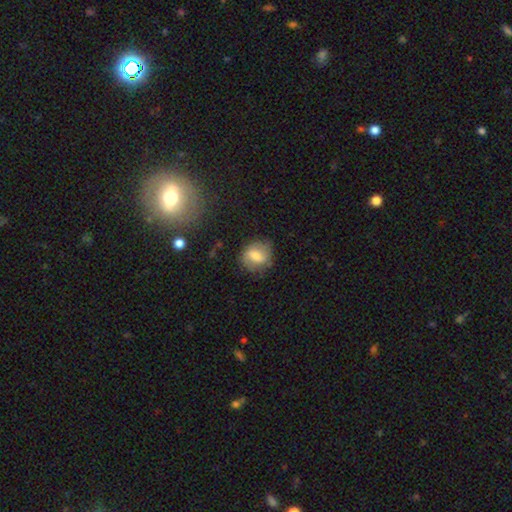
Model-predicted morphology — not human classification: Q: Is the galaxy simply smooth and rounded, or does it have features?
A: smooth — 55%.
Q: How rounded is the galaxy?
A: round — 64%.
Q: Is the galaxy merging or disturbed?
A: none — 72%.